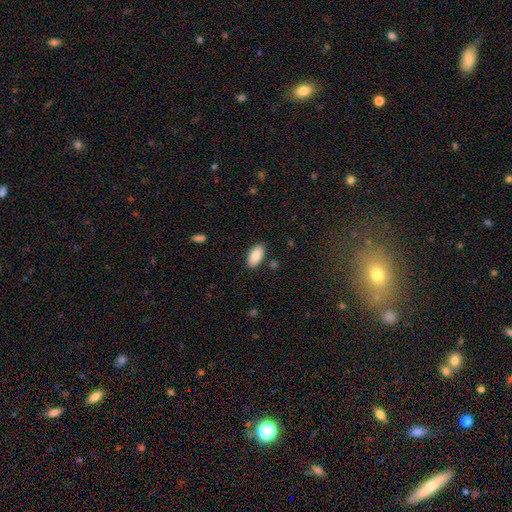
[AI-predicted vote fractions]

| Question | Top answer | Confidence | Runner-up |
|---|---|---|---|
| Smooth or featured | smooth | 88% | star or artifact (6%) |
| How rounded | in between | 94% | cigar-shaped (4%) |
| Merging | none | 86% | minor disturbance (10%) |